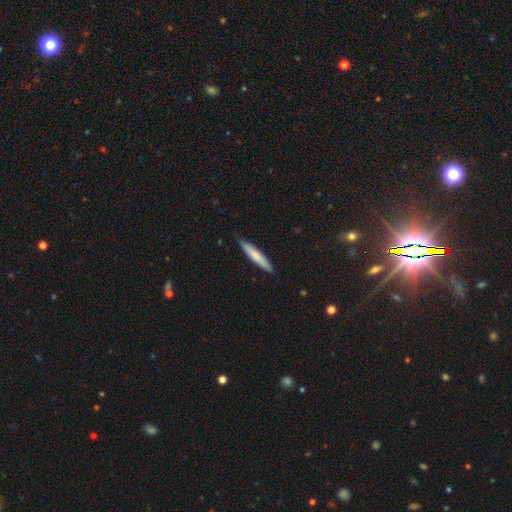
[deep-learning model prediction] Morphology: type=smooth (71%); roundness=cigar-shaped (91%); merging=none (86%).